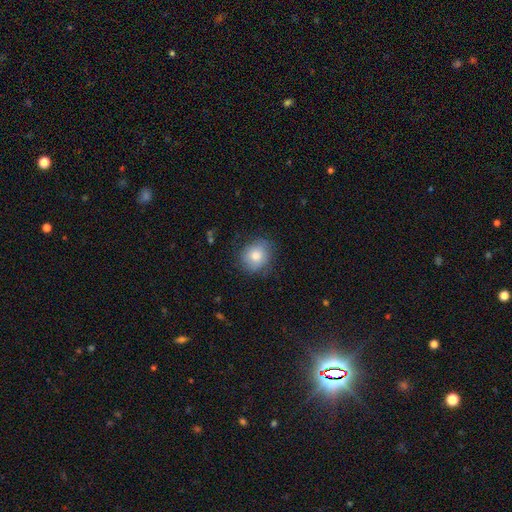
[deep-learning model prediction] Smooth or featured? smooth (79%)
How rounded? round (75%)
Merging? none (78%)